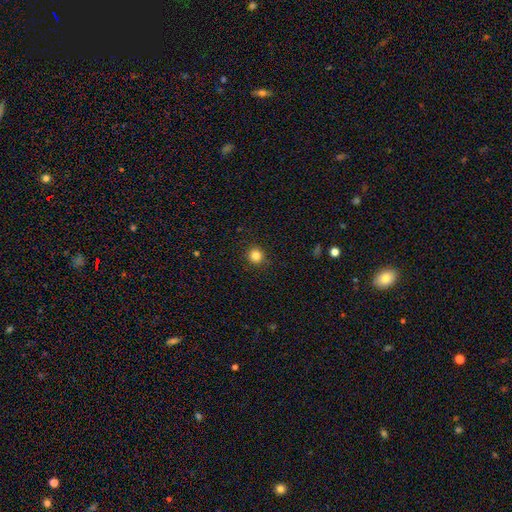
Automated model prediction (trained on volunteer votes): A smooth galaxy with no disk features (84%) that is round (93%).

Vote fractions:
- Smooth or featured? smooth: 84% / star or artifact: 12% / featured or disk: 4%
- How rounded? round: 93% / in between: 6% / cigar-shaped: 1%
- Merging? none: 90% / minor disturbance: 7% / major disturbance: 2% / merger: 1%